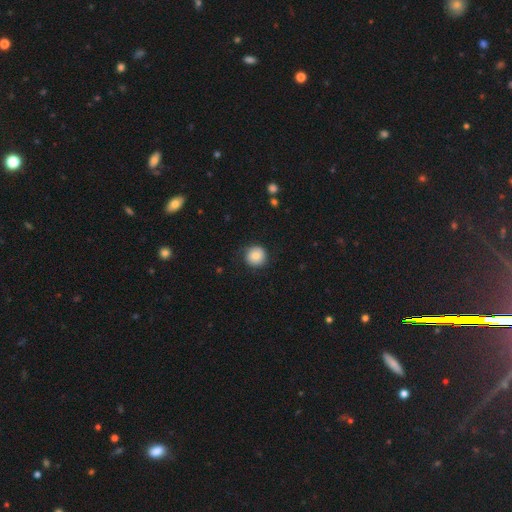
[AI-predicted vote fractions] Smooth or featured?
  - smooth: 80% *
  - featured or disk: 12%
  - star or artifact: 8%
How rounded?
  - round: 93% *
  - in between: 6%
  - cigar-shaped: 1%
Merging?
  - none: 79% *
  - minor disturbance: 15%
  - major disturbance: 5%
  - merger: 1%